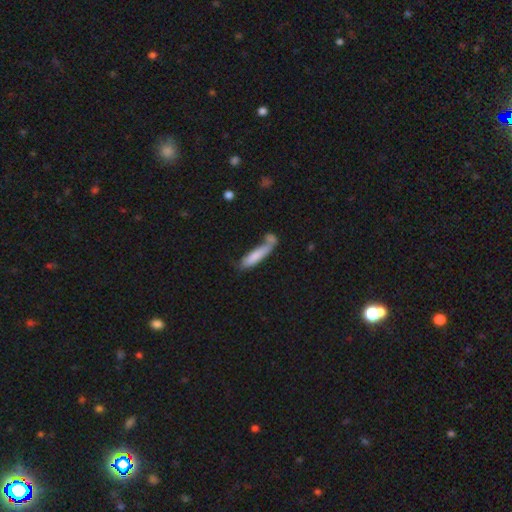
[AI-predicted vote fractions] This is likely a smooth galaxy (76%). How rounded: likely cigar-shaped (76%). Merging: marginally none (38%).